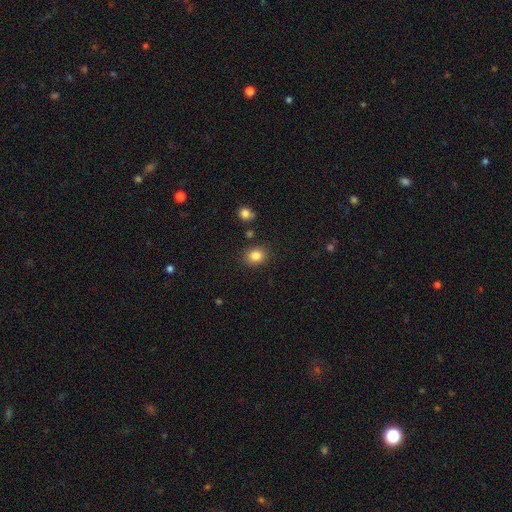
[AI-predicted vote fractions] This is clearly a smooth galaxy (85%). How rounded: possibly round (57%). Merging: clearly none (85%).